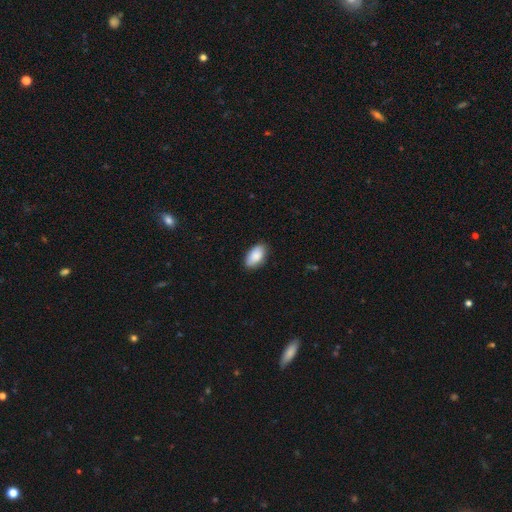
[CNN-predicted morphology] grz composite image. It shows a smooth galaxy with no disk features (89%) that is in between round and cigar-shaped (94%). Merging: none (86%).